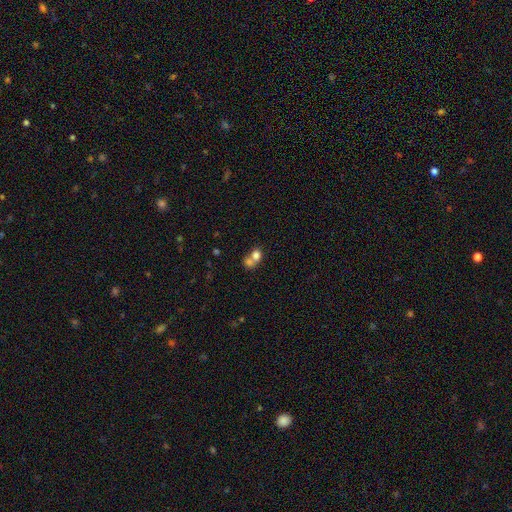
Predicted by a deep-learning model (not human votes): Smooth or featured? smooth (75%)
How rounded? round (56%)
Merging? merger (65%)